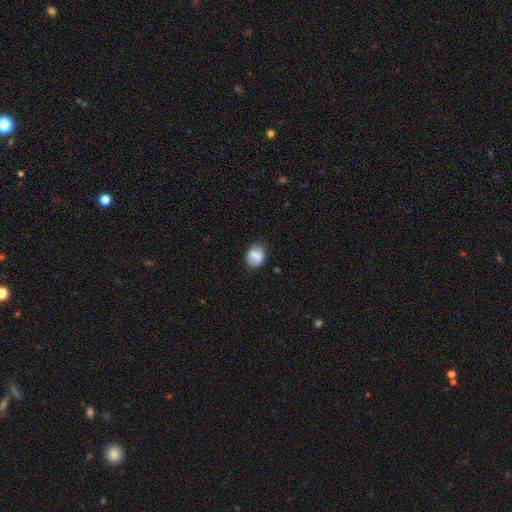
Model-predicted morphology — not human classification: A smooth galaxy with no disk features (76%) that is round (50%). Merging: none (70%).